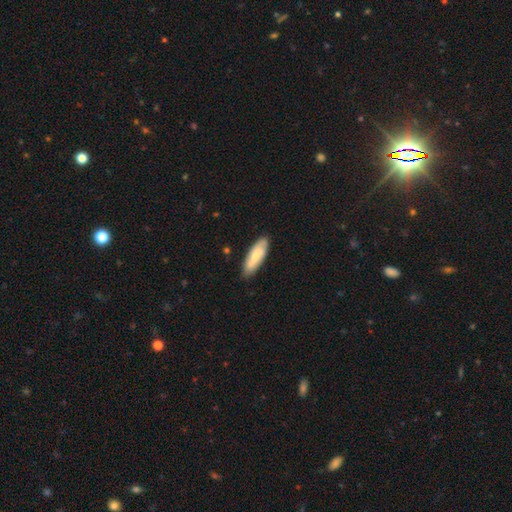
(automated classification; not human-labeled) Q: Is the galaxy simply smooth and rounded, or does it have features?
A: smooth — 69%.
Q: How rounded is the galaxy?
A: in between — 58%.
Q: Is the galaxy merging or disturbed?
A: none — 84%.